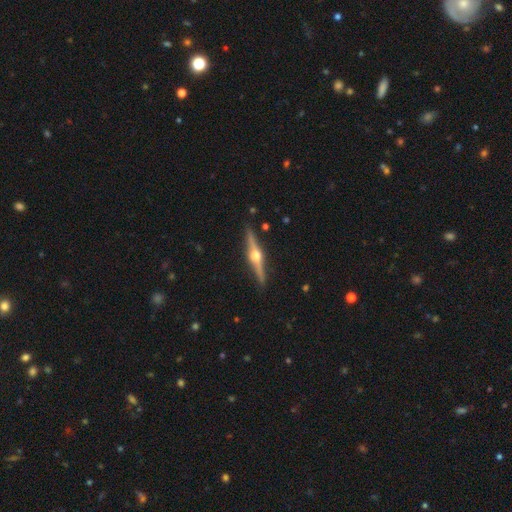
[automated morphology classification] The model was most divided on "smooth or featured": featured or disk: 82%, smooth: 12%, star or artifact: 5%. More confident: edge-on disk — yes (98%); edge-on bulge — rounded (96%); merging — none (90%).